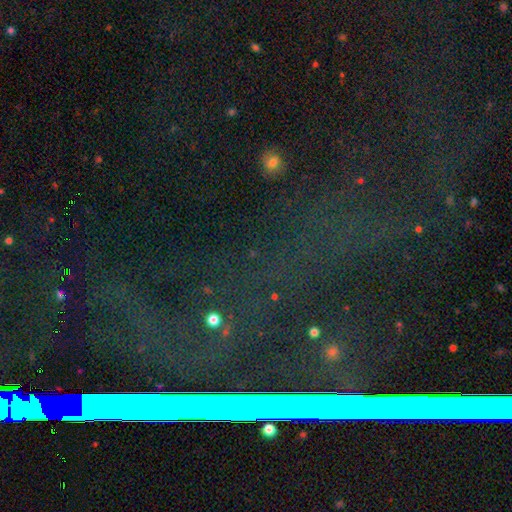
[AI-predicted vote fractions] Overall: star or artifact (73%).